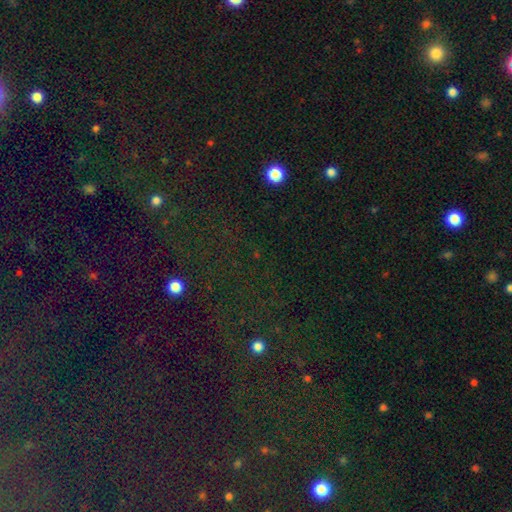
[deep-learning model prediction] Q: Smooth or featured?
A: star or artifact (77%); runner-up: smooth (15%)